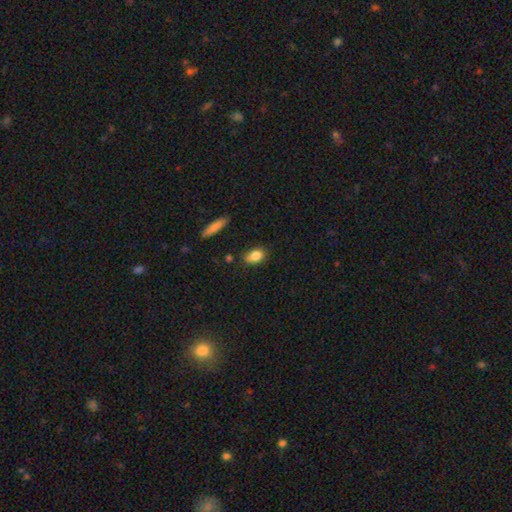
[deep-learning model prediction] The model was most divided on "merging": none: 68%, minor disturbance: 23%, merger: 5%, major disturbance: 4%. More confident: smooth or featured — smooth (82%); how rounded — in between (77%).